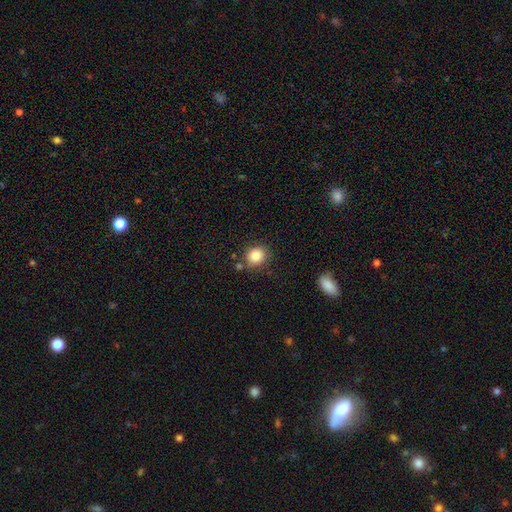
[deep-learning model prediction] Morphology: type=smooth (82%); roundness=round (83%); merging=none (78%).